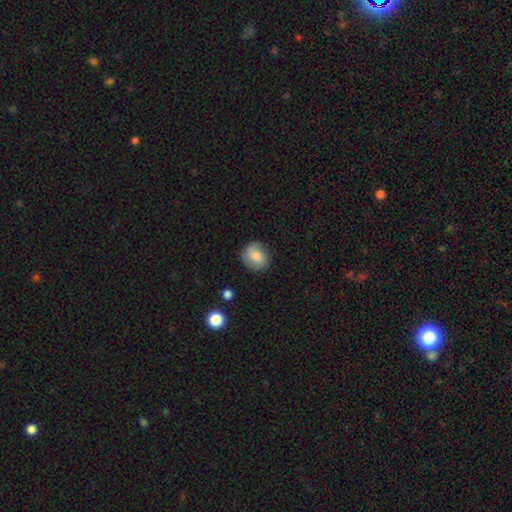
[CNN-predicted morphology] Smooth or featured: smooth — 68% (featured or disk — 24%)
How rounded: round — 64% (in between — 35%)
Merging: none — 72% (minor disturbance — 21%)